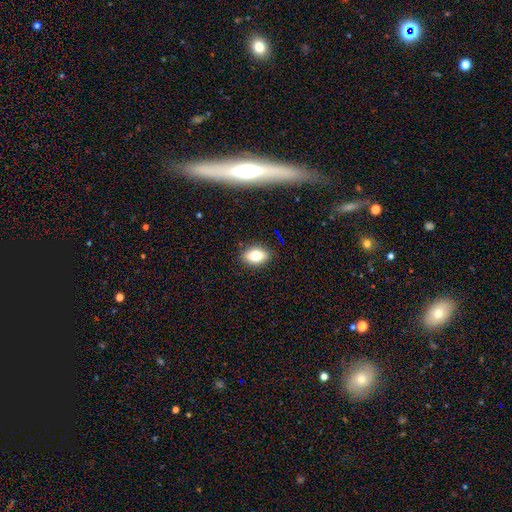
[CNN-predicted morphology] Q: Smooth or featured?
A: smooth (75%); runner-up: featured or disk (14%)
Q: How rounded?
A: in between (82%); runner-up: round (15%)
Q: Merging?
A: none (87%); runner-up: minor disturbance (9%)